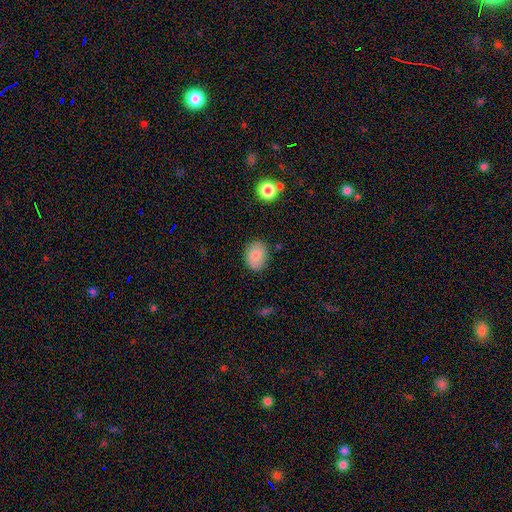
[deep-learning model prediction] Morphology: type=smooth (83%); roundness=in between (57%); merging=none (83%).